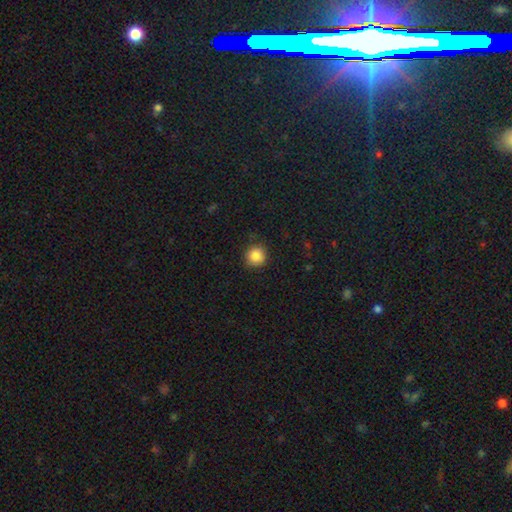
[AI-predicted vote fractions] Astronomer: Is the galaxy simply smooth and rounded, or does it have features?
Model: smooth — 86%.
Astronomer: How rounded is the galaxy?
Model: round — 93%.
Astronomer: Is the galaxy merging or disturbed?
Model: none — 87%.